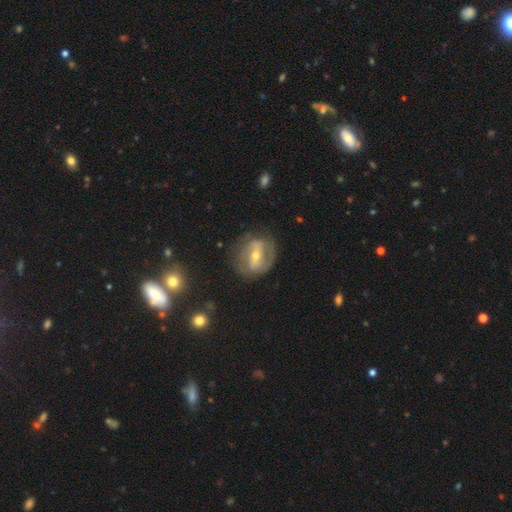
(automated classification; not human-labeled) Smooth or featured? featured or disk (74%)
Edge-on disk? no (93%)
Bar? strong (54%)
Spiral arms? yes (68%)
Bulge size? moderate (52%)
Merging? none (73%)